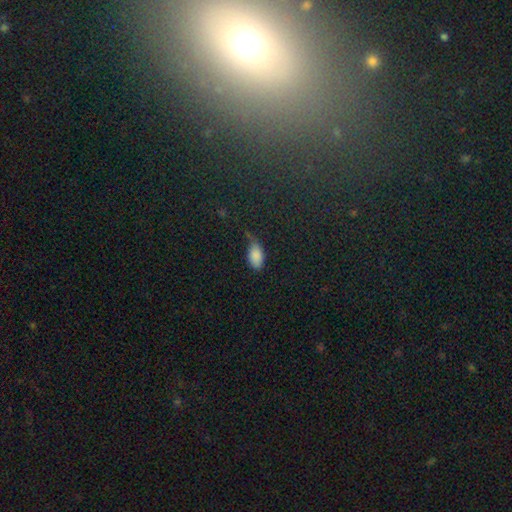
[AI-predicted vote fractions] Morphology: type=smooth (84%); roundness=in between (93%); merging=minor disturbance (42%).